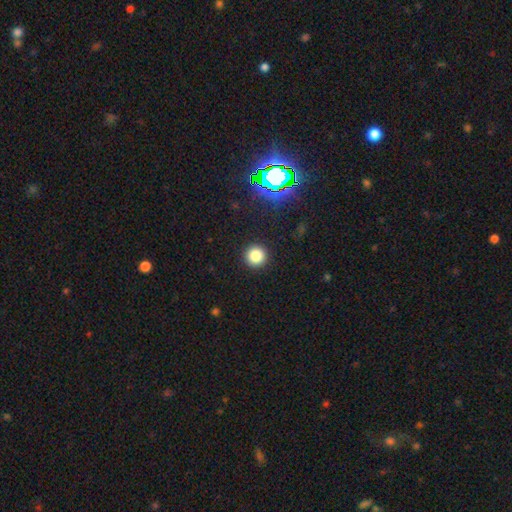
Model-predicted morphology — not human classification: Smooth or featured? smooth (81%)
How rounded? round (95%)
Merging? none (92%)